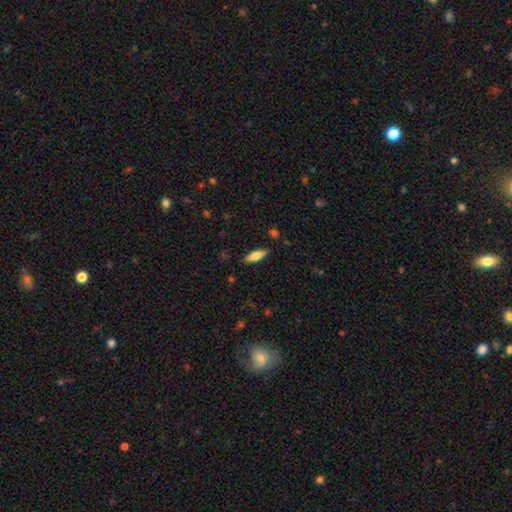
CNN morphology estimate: Q: Smooth or featured?
A: smooth (72%); runner-up: featured or disk (22%)
Q: How rounded?
A: in between (60%); runner-up: cigar-shaped (39%)
Q: Merging?
A: none (87%); runner-up: minor disturbance (10%)